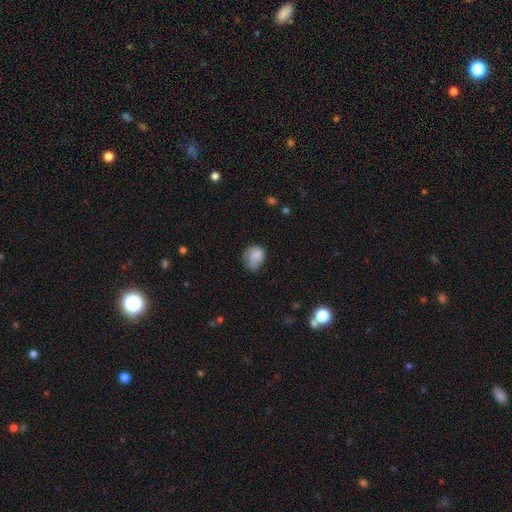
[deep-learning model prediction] A smooth galaxy with no disk features (69%) that is round (55%).

Vote fractions:
- Smooth or featured? smooth: 69% / featured or disk: 22% / star or artifact: 9%
- How rounded? round: 55% / in between: 44% / cigar-shaped: 1%
- Merging? none: 40% / minor disturbance: 35% / major disturbance: 23% / merger: 2%